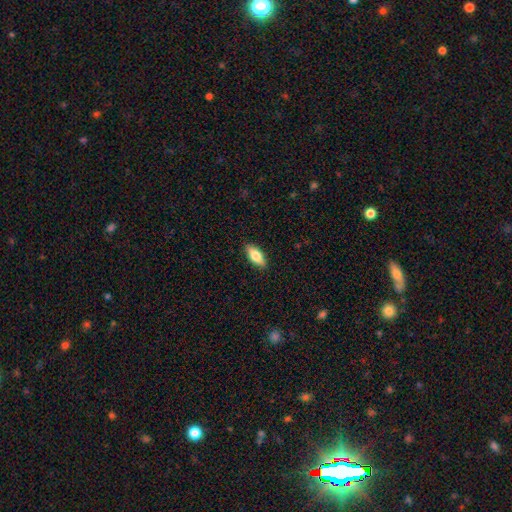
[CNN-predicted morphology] A smooth galaxy with no disk features (76%) that is in between round and cigar-shaped (81%). Merging: none (88%).